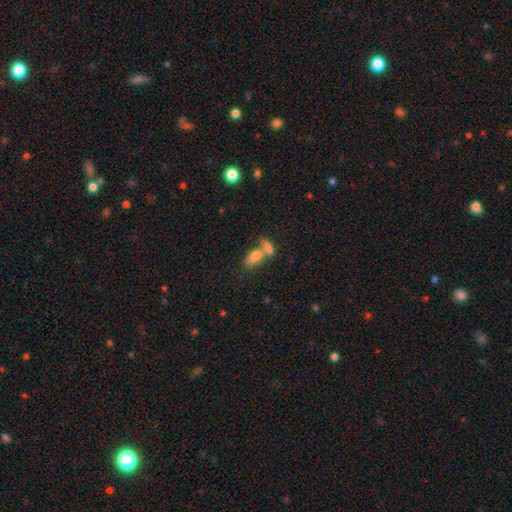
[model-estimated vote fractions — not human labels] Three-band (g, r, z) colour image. It shows a smooth galaxy with no disk features (78%) that is in between round and cigar-shaped (85%). Merging: merger (58%).